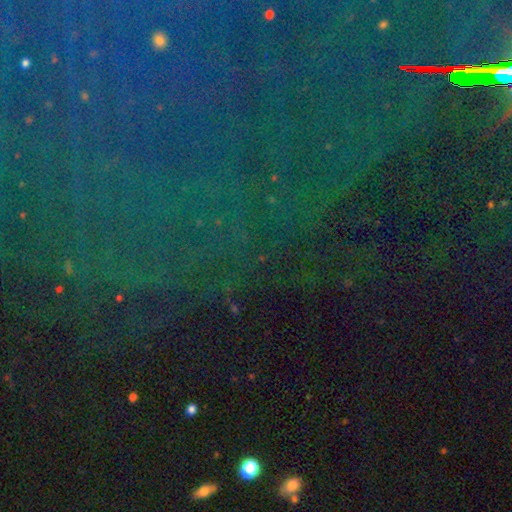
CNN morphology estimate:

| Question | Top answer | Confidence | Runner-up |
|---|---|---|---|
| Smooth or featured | star or artifact | 84% | smooth (8%) |